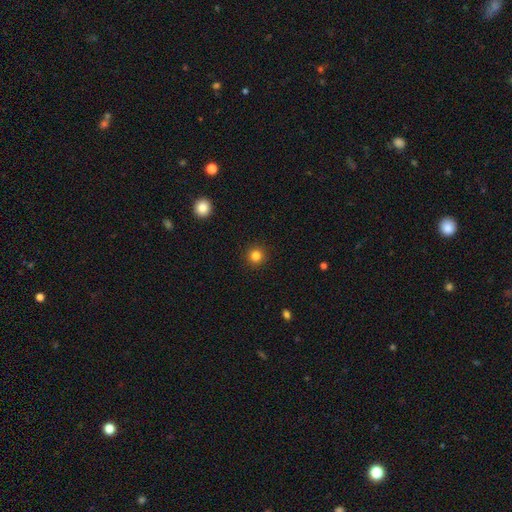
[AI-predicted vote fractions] A smooth galaxy with no disk features (82%) that is round (95%).

Vote fractions:
- Smooth or featured? smooth: 82% / star or artifact: 13% / featured or disk: 5%
- How rounded? round: 95% / in between: 4% / cigar-shaped: 1%
- Merging? none: 92% / minor disturbance: 5% / major disturbance: 2% / merger: 1%